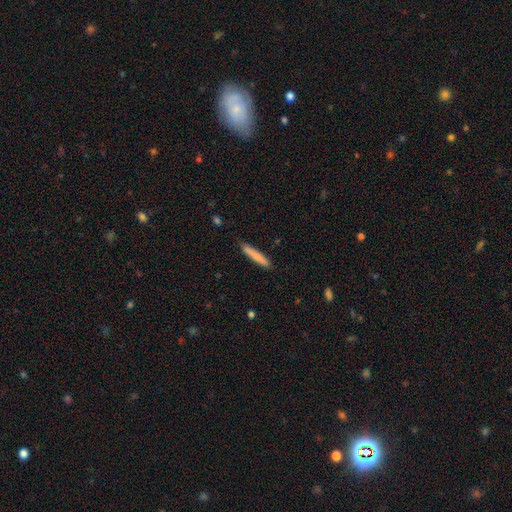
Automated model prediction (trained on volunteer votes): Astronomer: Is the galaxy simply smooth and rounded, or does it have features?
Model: smooth — 78%.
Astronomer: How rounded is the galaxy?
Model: cigar-shaped — 93%.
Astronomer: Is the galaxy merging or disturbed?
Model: none — 87%.